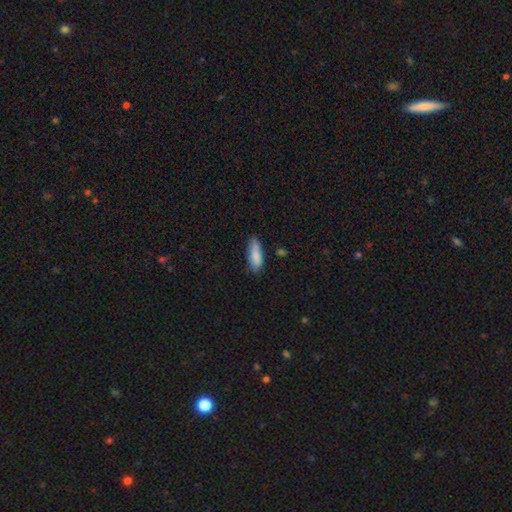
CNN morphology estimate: Q: Smooth or featured?
A: smooth (86%); runner-up: featured or disk (8%)
Q: How rounded?
A: in between (63%); runner-up: cigar-shaped (35%)
Q: Merging?
A: none (72%); runner-up: minor disturbance (22%)